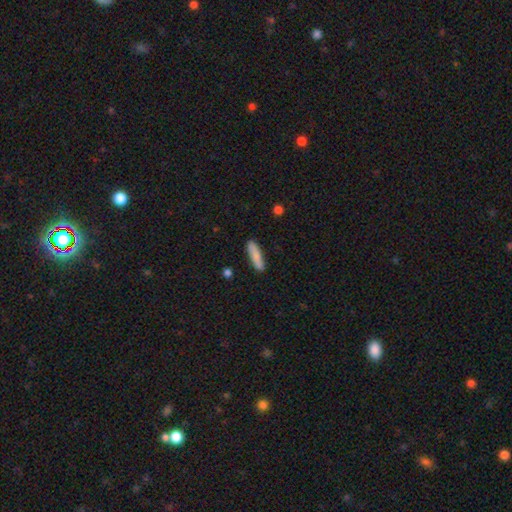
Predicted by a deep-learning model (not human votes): Smooth or featured?
  - smooth: 84% *
  - featured or disk: 10%
  - star or artifact: 6%
How rounded?
  - cigar-shaped: 78% *
  - in between: 21%
  - round: 2%
Merging?
  - none: 86% *
  - minor disturbance: 10%
  - major disturbance: 2%
  - merger: 2%